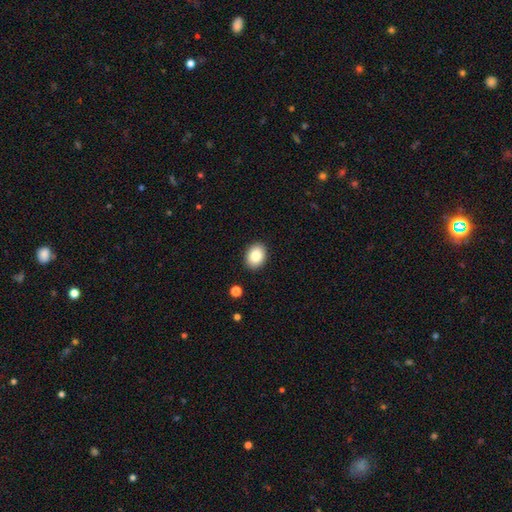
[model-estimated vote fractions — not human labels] A smooth galaxy with no disk features (86%) that is in between round and cigar-shaped (67%).

Vote fractions:
- Smooth or featured? smooth: 86% / star or artifact: 8% / featured or disk: 6%
- How rounded? in between: 67% / round: 32% / cigar-shaped: 1%
- Merging? none: 90% / minor disturbance: 7% / major disturbance: 2% / merger: 1%